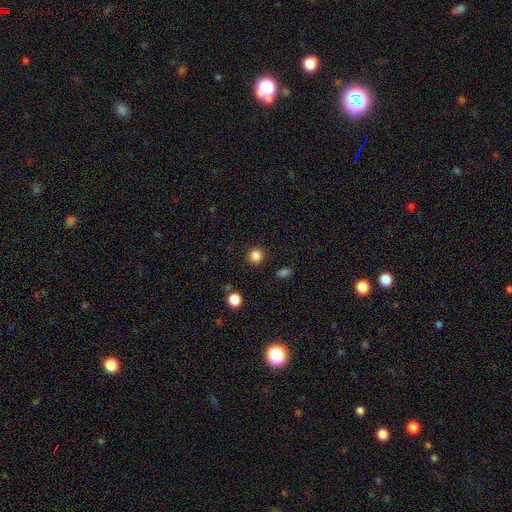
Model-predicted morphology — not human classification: smooth 85%, star or artifact 12%, featured or disk 4%. Down the decision tree: how rounded — round (89%); merging — none (90%).